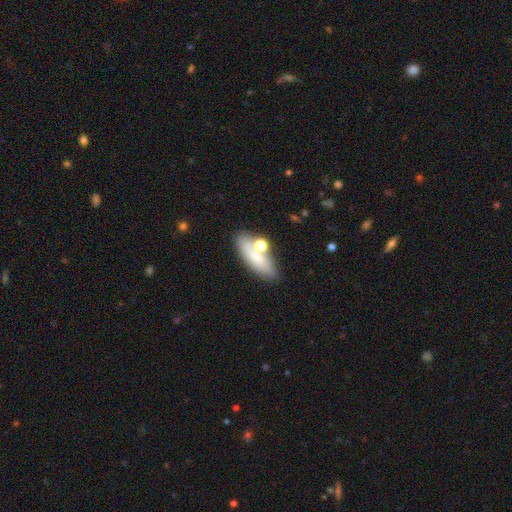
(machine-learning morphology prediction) Smooth or featured: smooth — 69% (featured or disk — 21%)
How rounded: in between — 64% (cigar-shaped — 29%)
Merging: none — 65% (merger — 15%)